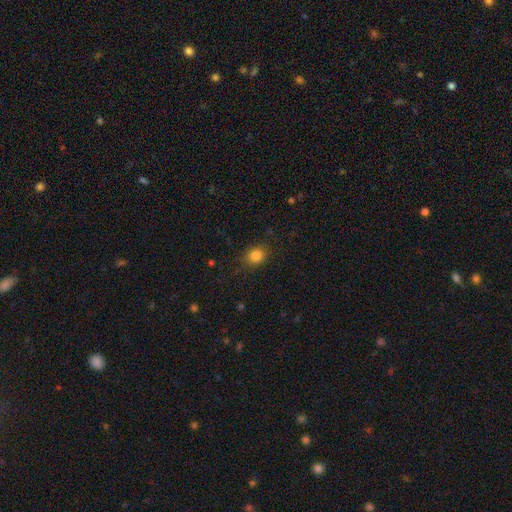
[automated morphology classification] smooth 83%, star or artifact 11%, featured or disk 5%. Down the decision tree: how rounded — round (61%); merging — none (84%).